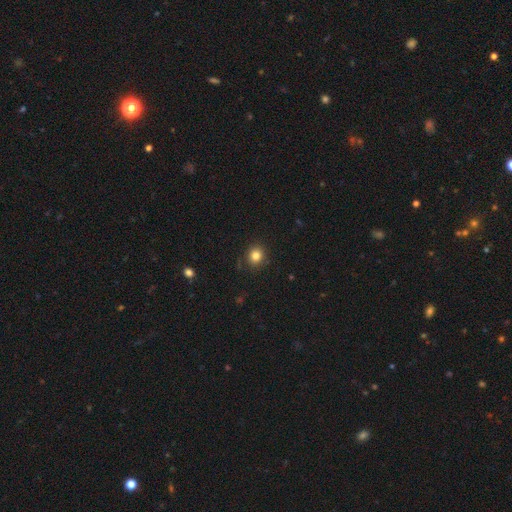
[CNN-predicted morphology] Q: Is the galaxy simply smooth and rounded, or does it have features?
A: smooth — 82%.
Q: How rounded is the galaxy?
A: round — 80%.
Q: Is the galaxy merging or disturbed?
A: none — 87%.